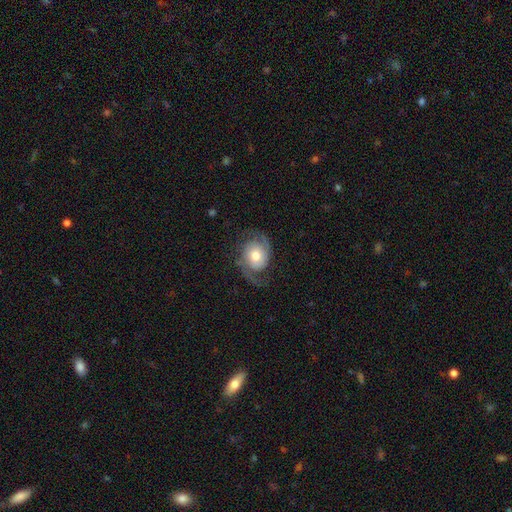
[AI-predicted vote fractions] Smooth or featured? Predicted: featured or disk (p=0.76). Edge-on disk? Predicted: no (p=0.97). Bar? Predicted: no (p=0.73). Spiral arms? Predicted: yes (p=0.94). Spiral winding? Predicted: medium (p=0.43). Spiral arm count? Predicted: 2 (p=0.85). Bulge size? Predicted: moderate (p=0.63). Merging? Predicted: none (p=0.64).